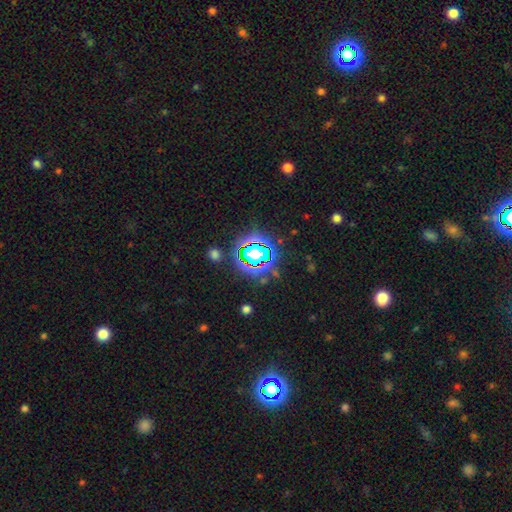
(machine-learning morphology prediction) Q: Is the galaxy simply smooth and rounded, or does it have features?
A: star or artifact — 61%.